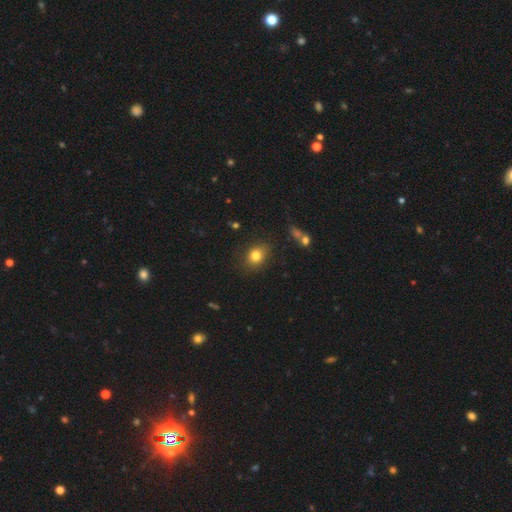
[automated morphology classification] Smooth or featured?
  - smooth: 81% *
  - star or artifact: 11%
  - featured or disk: 8%
How rounded?
  - round: 51% *
  - in between: 48%
  - cigar-shaped: 1%
Merging?
  - none: 80% *
  - minor disturbance: 14%
  - major disturbance: 4%
  - merger: 2%